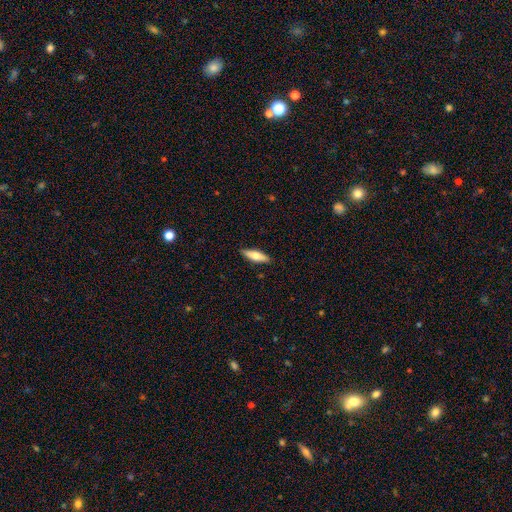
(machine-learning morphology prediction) Overall: smooth (70%). How rounded: cigar-shaped (54%; in between 44%). Merging: none (88%).